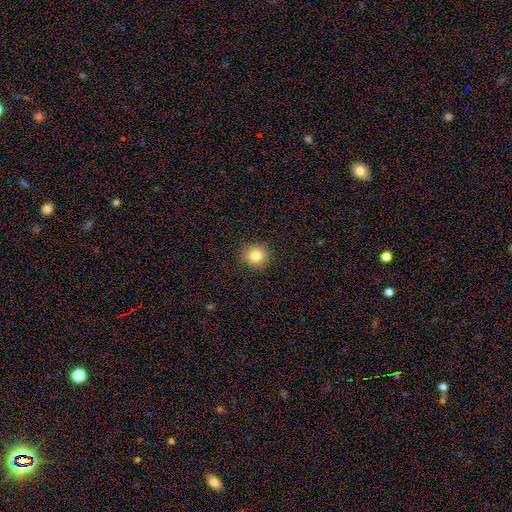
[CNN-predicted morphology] A smooth galaxy with no disk features (82%) that is round (87%).

Vote fractions:
- Smooth or featured? smooth: 82% / star or artifact: 11% / featured or disk: 7%
- How rounded? round: 87% / in between: 13% / cigar-shaped: 1%
- Merging? none: 90% / minor disturbance: 7% / major disturbance: 2% / merger: 1%